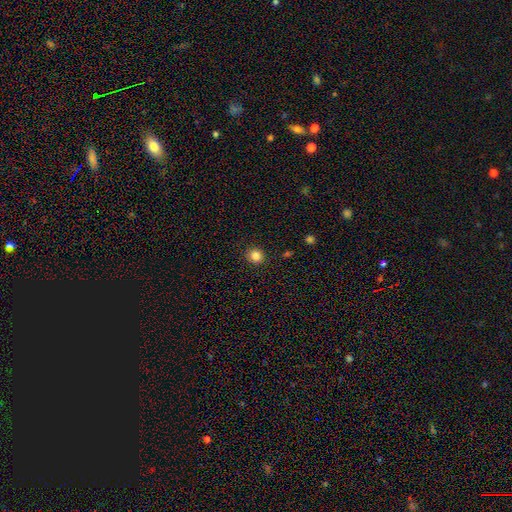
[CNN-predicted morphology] type=smooth (84%); roundness=round (85%); merging=none (90%).